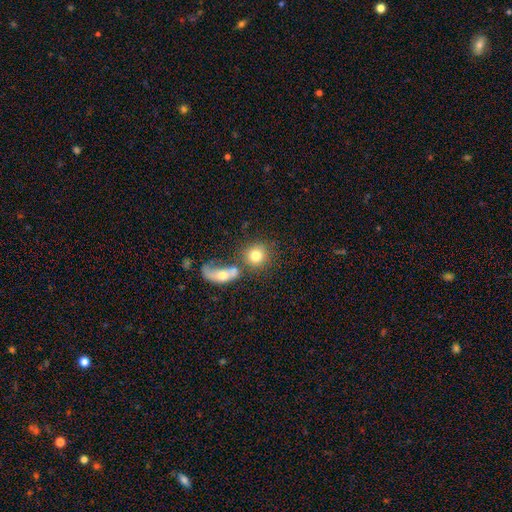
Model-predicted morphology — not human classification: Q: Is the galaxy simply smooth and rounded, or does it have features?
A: smooth — 75%.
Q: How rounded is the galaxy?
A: round — 83%.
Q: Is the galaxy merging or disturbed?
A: none — 50%.